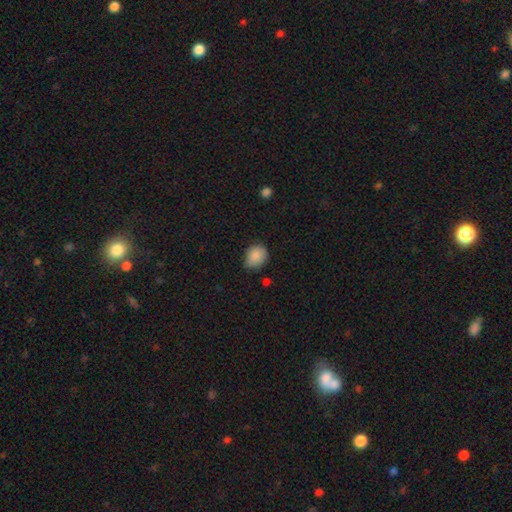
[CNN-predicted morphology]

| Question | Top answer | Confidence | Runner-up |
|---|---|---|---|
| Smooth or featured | smooth | 87% | star or artifact (8%) |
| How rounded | in between | 51% | round (48%) |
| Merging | none | 66% | minor disturbance (28%) |